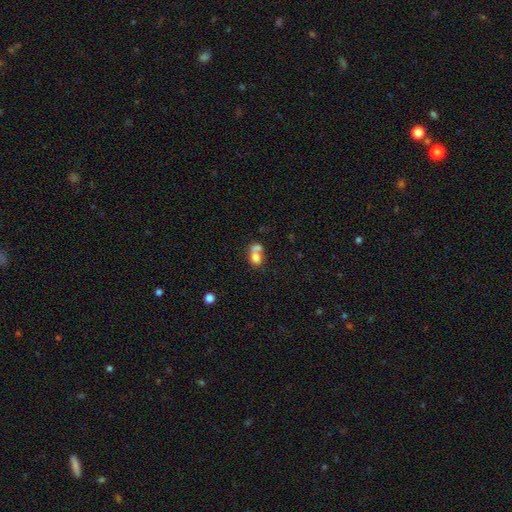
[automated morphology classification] smooth 73%, featured or disk 16%, star or artifact 11%. Down the decision tree: how rounded — in between (54%); merging — merger (66%).